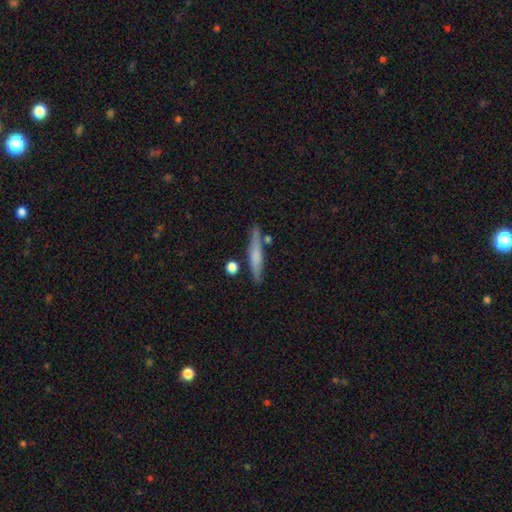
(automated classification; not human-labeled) Smooth or featured?
  - smooth: 59% *
  - featured or disk: 35%
  - star or artifact: 6%
How rounded?
  - cigar-shaped: 92% *
  - in between: 7%
  - round: 2%
Merging?
  - none: 82% *
  - minor disturbance: 11%
  - merger: 5%
  - major disturbance: 2%